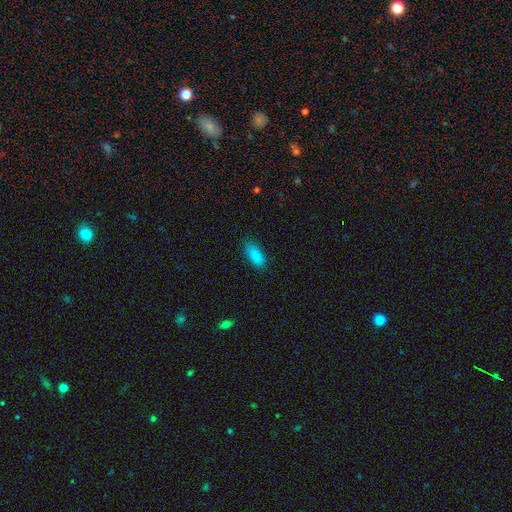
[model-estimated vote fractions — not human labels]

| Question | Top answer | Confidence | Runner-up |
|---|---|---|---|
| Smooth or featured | smooth | 87% | star or artifact (7%) |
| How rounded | in between | 85% | cigar-shaped (13%) |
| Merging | none | 84% | minor disturbance (13%) |